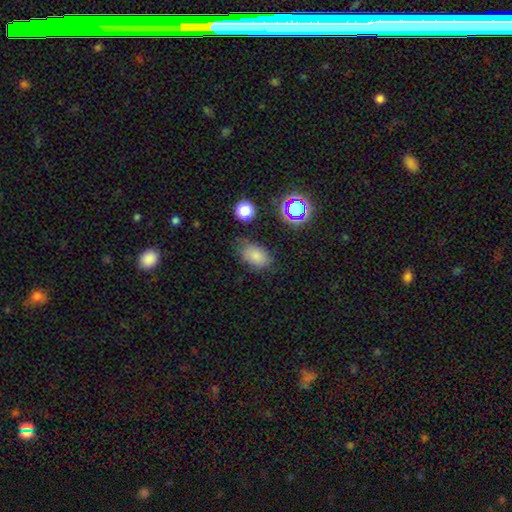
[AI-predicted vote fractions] The model was most divided on "merging": none: 66%, minor disturbance: 23%, major disturbance: 8%, merger: 4%. More confident: how rounded — in between (86%); smooth or featured — smooth (77%).